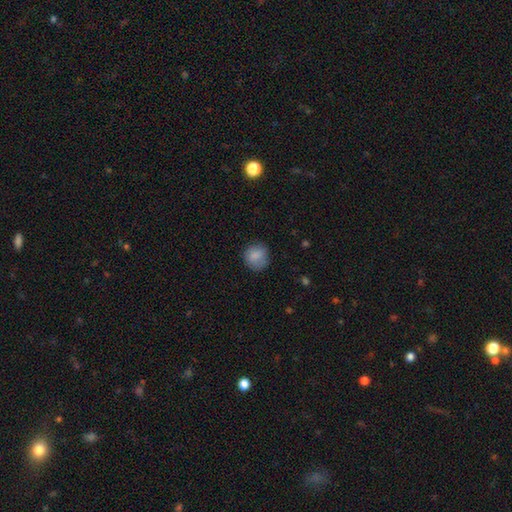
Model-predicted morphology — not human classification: smooth 84%, star or artifact 8%, featured or disk 7%. Down the decision tree: how rounded — round (84%); merging — none (75%).